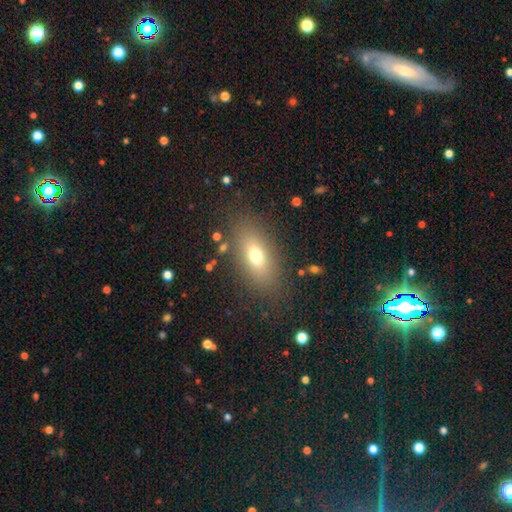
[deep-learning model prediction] The model was most divided on "smooth or featured": smooth: 69%, featured or disk: 19%, star or artifact: 12%. More confident: merging — none (81%); how rounded — in between (79%).